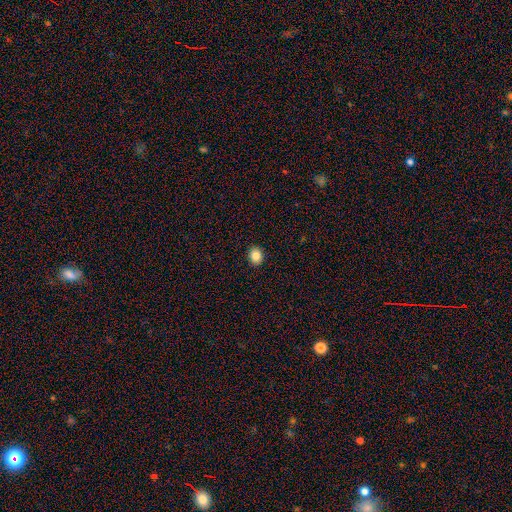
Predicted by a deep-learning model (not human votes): A smooth galaxy with no disk features (85%) that is round (59%). Merging: none (92%).